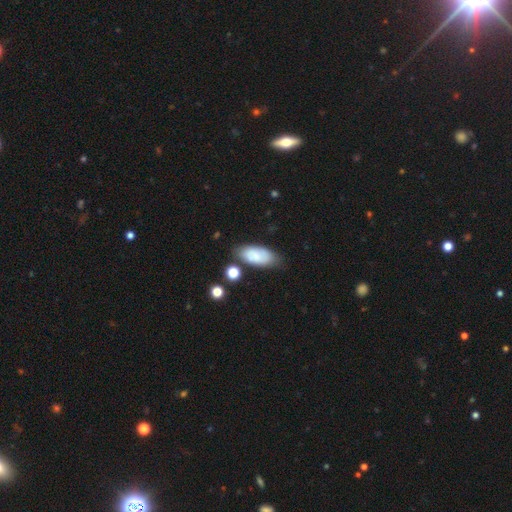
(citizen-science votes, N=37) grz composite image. It shows a smooth galaxy with no disk features (84%) that is in between round and cigar-shaped (97%). Merging: none (78%).